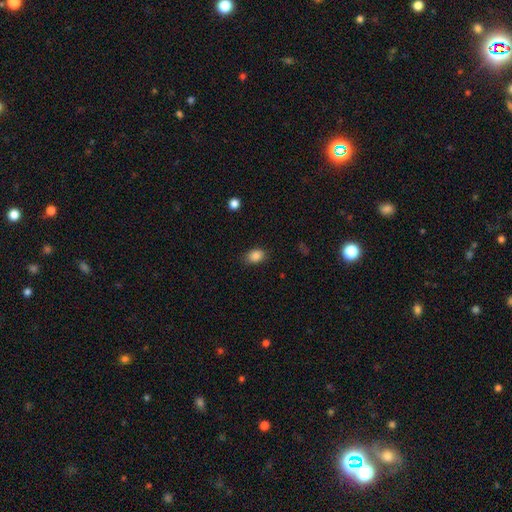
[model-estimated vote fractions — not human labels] This appears to be a smooth galaxy with no disk features (87%) that is in between round and cigar-shaped (72%). Merging: none (82%).